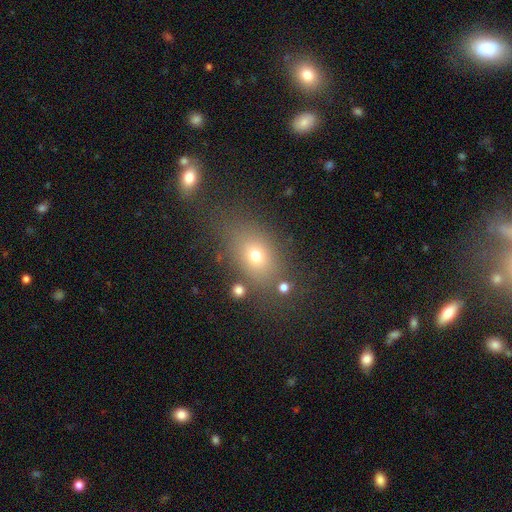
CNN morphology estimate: Overall: smooth (69%). How rounded: in between (70%). Merging: none (71%).